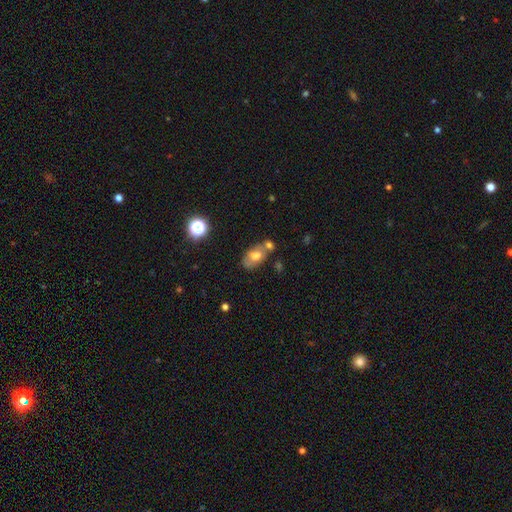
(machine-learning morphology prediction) Q: Smooth or featured?
A: smooth (62%); runner-up: featured or disk (27%)
Q: How rounded?
A: in between (87%); runner-up: round (11%)
Q: Merging?
A: none (47%); runner-up: merger (28%)